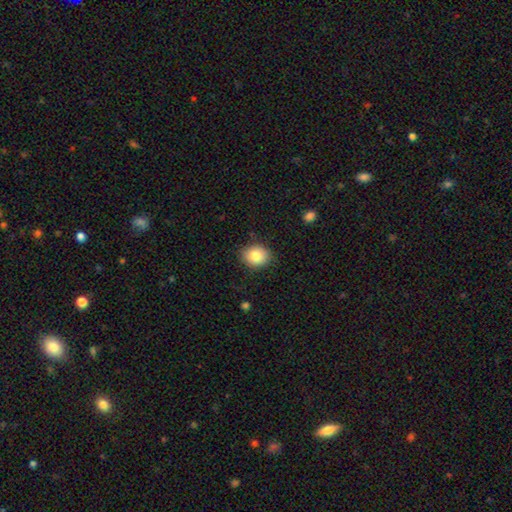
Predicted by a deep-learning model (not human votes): Smooth or featured? Predicted: smooth (p=0.83). How rounded? Predicted: round (p=0.52). Merging? Predicted: none (p=0.85).